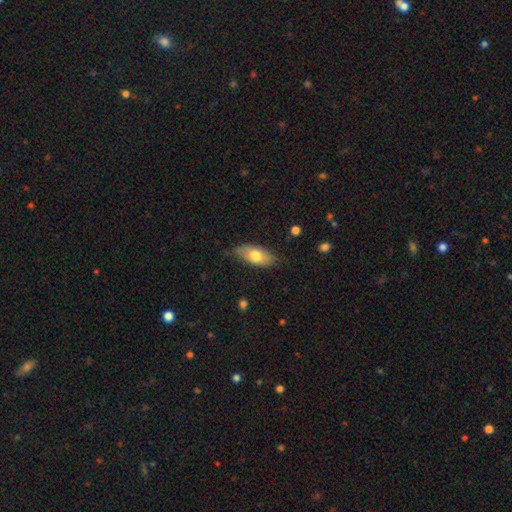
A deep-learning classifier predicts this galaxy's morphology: Smooth or featured?
  - smooth: 71% *
  - featured or disk: 23%
  - star or artifact: 6%
How rounded?
  - in between: 88% *
  - cigar-shaped: 9%
  - round: 3%
Merging?
  - none: 79% *
  - minor disturbance: 17%
  - major disturbance: 3%
  - merger: 1%